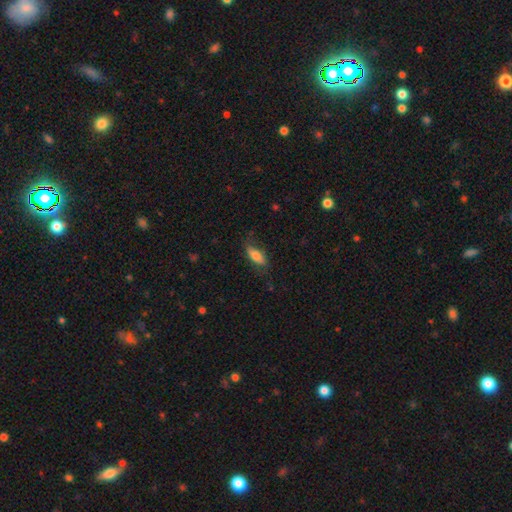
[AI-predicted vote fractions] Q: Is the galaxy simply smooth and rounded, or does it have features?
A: smooth — 74%.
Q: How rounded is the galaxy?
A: in between — 75%.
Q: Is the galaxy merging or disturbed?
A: none — 66%.